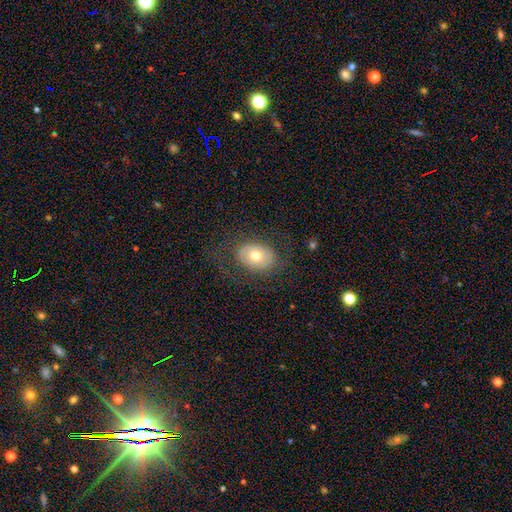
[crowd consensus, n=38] Smooth or featured?
  - smooth: 61% *
  - featured or disk: 32%
  - star or artifact: 8%
How rounded?
  - in between: 65% *
  - round: 35%
  - cigar-shaped: 0%
Merging?
  - none: 74% *
  - minor disturbance: 20%
  - major disturbance: 3%
  - merger: 3%